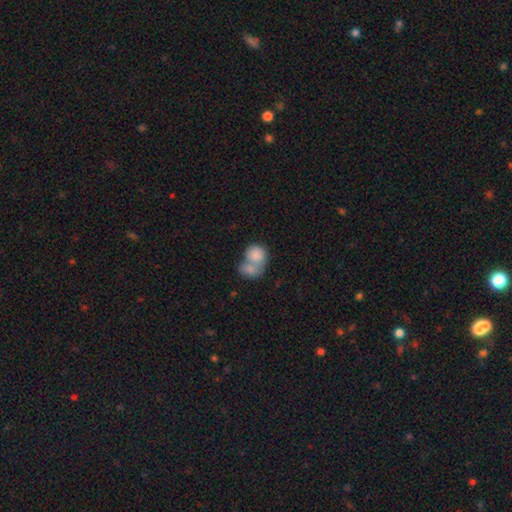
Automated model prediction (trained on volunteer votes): Smooth or featured?
  - smooth: 82% *
  - featured or disk: 11%
  - star or artifact: 7%
How rounded?
  - round: 63% *
  - in between: 36%
  - cigar-shaped: 1%
Merging?
  - merger: 70% *
  - none: 19%
  - minor disturbance: 6%
  - major disturbance: 4%